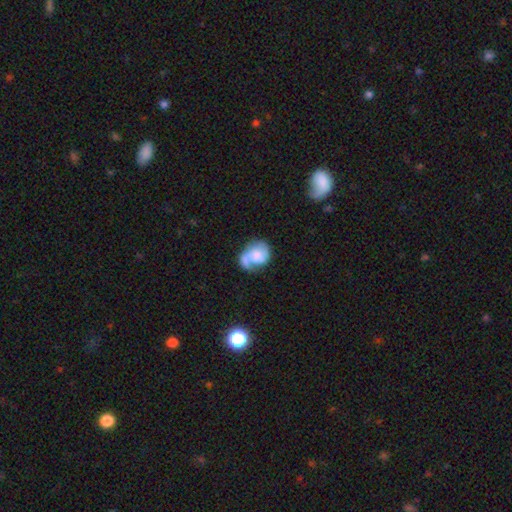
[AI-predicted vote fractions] Smooth or featured? Predicted: featured or disk (p=0.58). Edge-on disk? Predicted: no (p=0.98). Bar? Predicted: no (p=0.72). Spiral arms? Predicted: yes (p=0.85). Bulge size? Predicted: none (p=0.27, tied with small). Merging? Predicted: none (p=0.38).